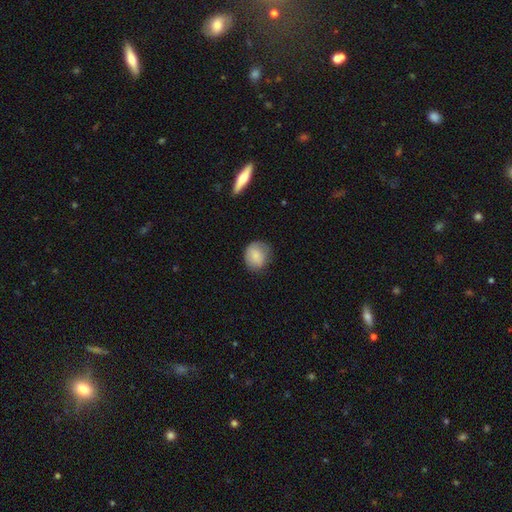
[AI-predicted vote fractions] A smooth galaxy with no disk features (82%) that is round (74%). Merging: none (66%).